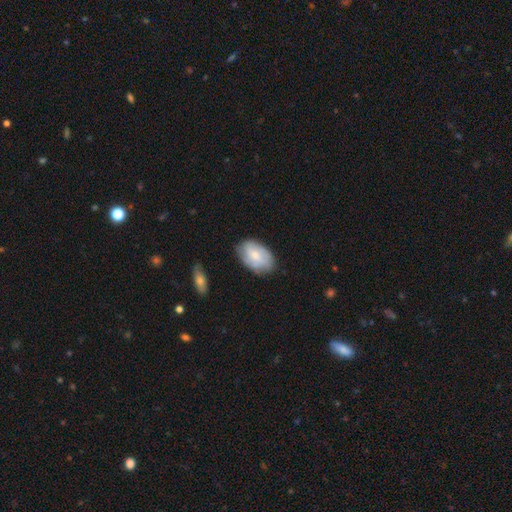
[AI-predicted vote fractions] Smooth or featured? smooth (61%)
How rounded? in between (91%)
Merging? none (73%)